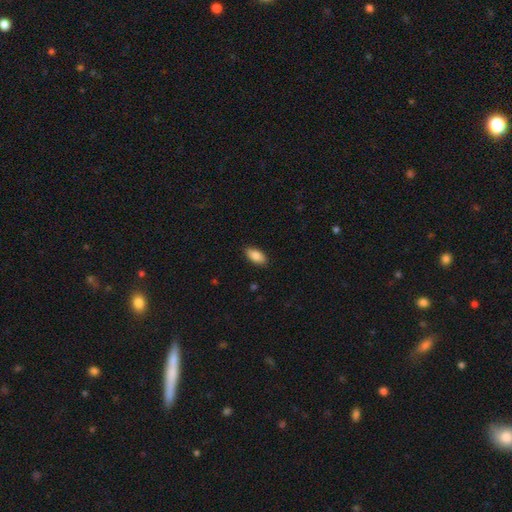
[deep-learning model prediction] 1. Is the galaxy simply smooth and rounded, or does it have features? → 86% smooth, 7% featured or disk, 6% star or artifact.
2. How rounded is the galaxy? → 91% in between, 7% cigar-shaped, 2% round.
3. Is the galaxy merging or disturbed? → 89% none, 9% minor disturbance, 2% major disturbance, 1% merger.